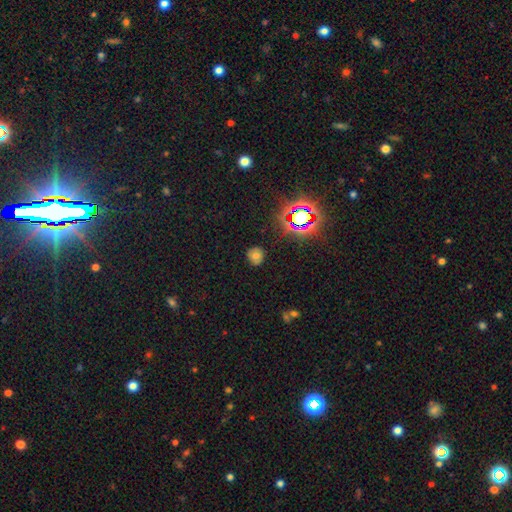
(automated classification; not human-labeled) smooth_or_featured: smooth (p=0.61) [alt: star or artifact p=0.23]
how_rounded: round (p=0.86) [alt: in between p=0.13]
merging: none (p=0.82) [alt: minor disturbance p=0.13]